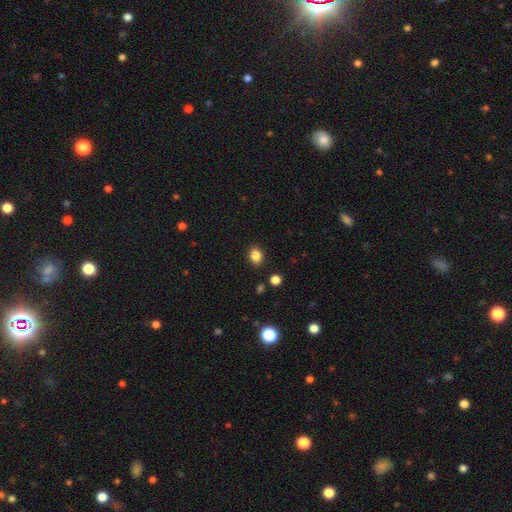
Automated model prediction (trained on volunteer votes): Overall: smooth (85%). How rounded: in between (52%; round 47%). Merging: none (88%).